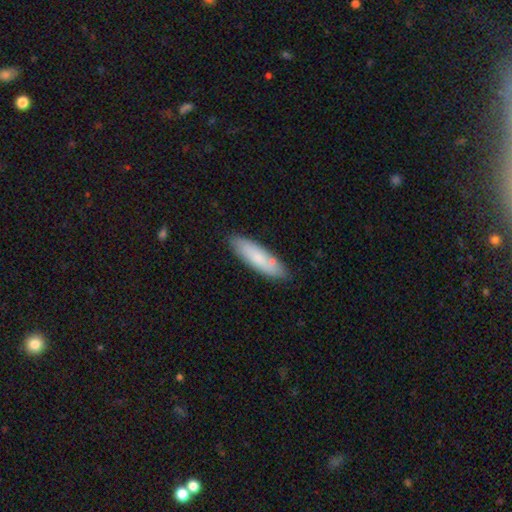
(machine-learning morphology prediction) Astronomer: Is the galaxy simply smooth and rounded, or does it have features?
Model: smooth — 73%.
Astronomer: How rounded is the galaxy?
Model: cigar-shaped — 67%.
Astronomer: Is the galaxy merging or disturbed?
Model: none — 84%.